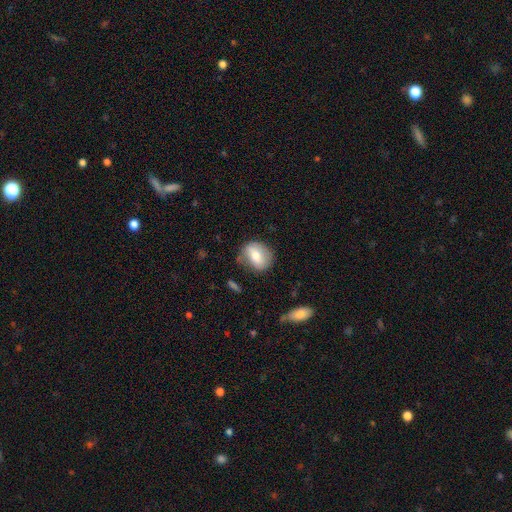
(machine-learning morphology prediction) type=smooth (65%); roundness=round (53%); merging=none (69%).